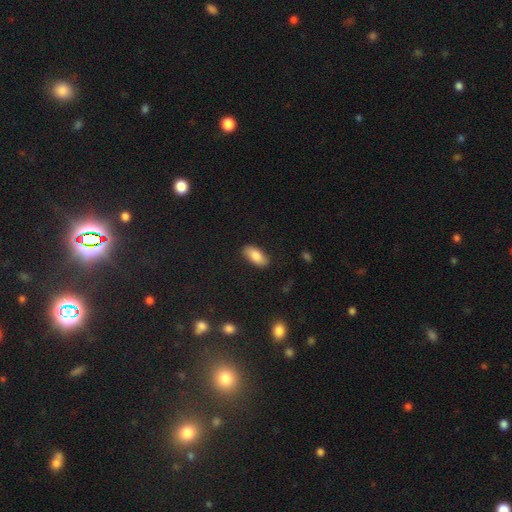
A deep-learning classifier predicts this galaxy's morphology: Overall: smooth (84%). How rounded: in between (91%). Merging: none (85%).